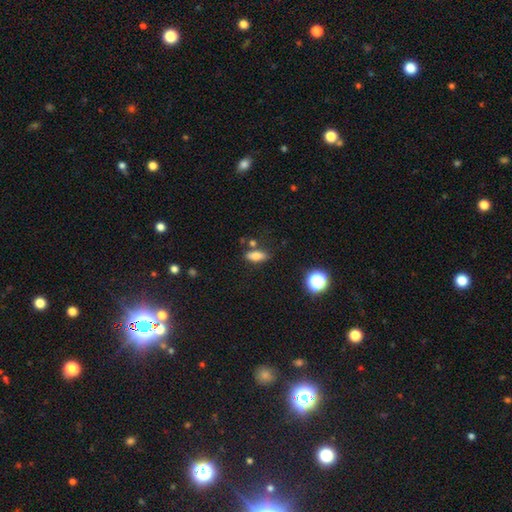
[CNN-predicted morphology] This is likely a smooth galaxy (77%). How rounded: likely in between (73%). Merging: likely none (74%).